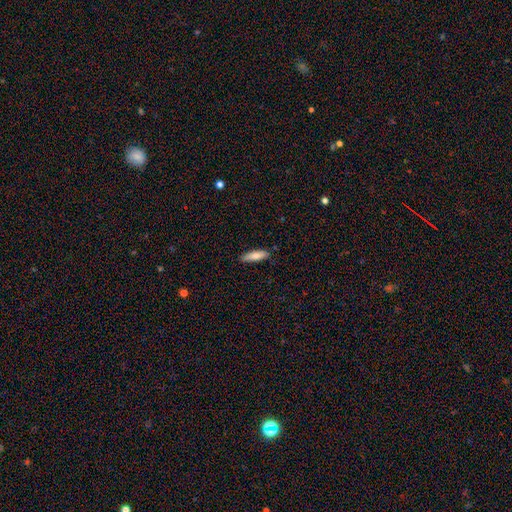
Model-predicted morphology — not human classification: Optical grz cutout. It shows a smooth galaxy with no disk features (82%) that is cigar-shaped (61%). Merging: none (84%).